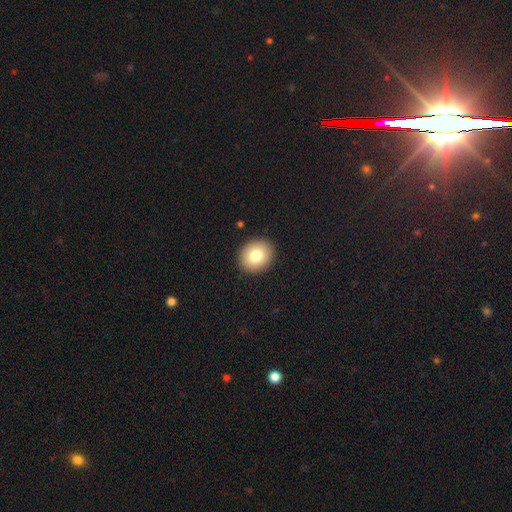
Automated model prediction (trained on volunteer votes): Q: Smooth or featured?
A: smooth (80%); runner-up: featured or disk (11%)
Q: How rounded?
A: round (67%); runner-up: in between (33%)
Q: Merging?
A: none (91%); runner-up: minor disturbance (6%)